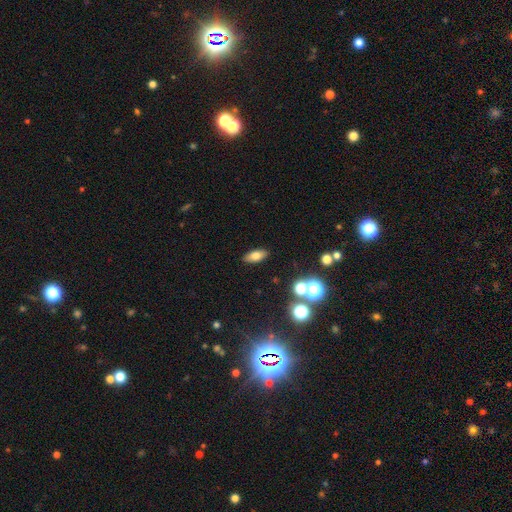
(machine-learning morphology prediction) smooth_or_featured: smooth (p=0.72) [alt: featured or disk p=0.15]
how_rounded: in between (p=0.82) [alt: cigar-shaped p=0.13]
merging: none (p=0.88) [alt: minor disturbance p=0.08]